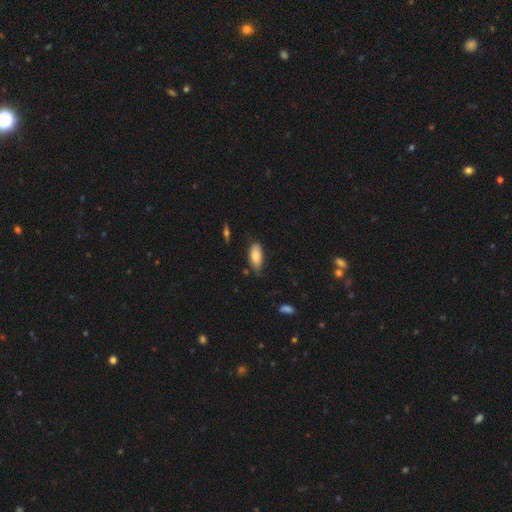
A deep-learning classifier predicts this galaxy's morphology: type=smooth (83%); roundness=in between (88%); merging=none (68%).